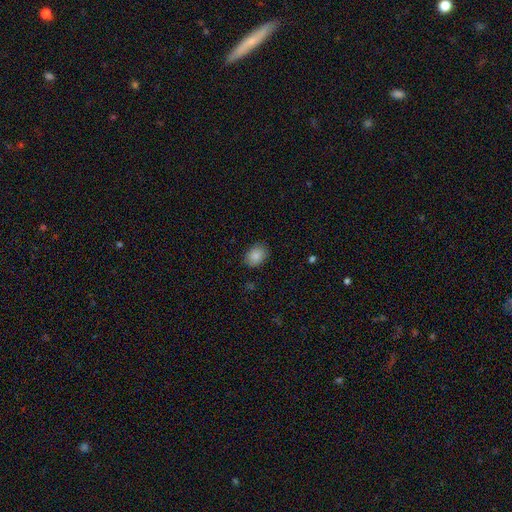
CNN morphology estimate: A smooth galaxy with no disk features (87%) that is in between round and cigar-shaped (65%).

Vote fractions:
- Smooth or featured? smooth: 87% / star or artifact: 8% / featured or disk: 5%
- How rounded? in between: 65% / round: 34% / cigar-shaped: 1%
- Merging? none: 84% / minor disturbance: 12% / major disturbance: 3% / merger: 1%